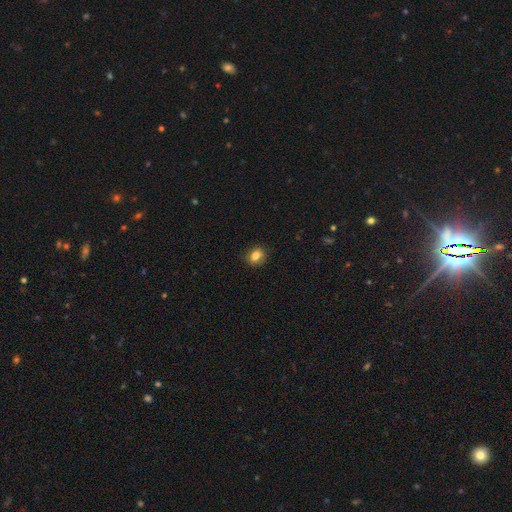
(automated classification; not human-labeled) This appears to be a smooth galaxy with no disk features (80%) that is round (55%). Merging: none (82%).